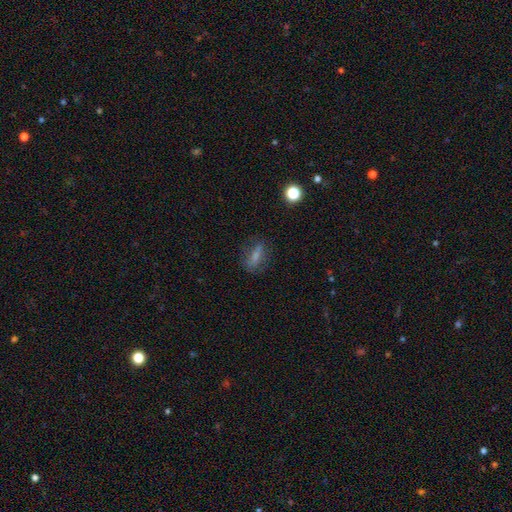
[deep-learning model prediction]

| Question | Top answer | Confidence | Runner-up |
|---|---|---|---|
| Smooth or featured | smooth | 63% | featured or disk (24%) |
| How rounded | in between | 55% | cigar-shaped (34%) |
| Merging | none | 67% | minor disturbance (20%) |